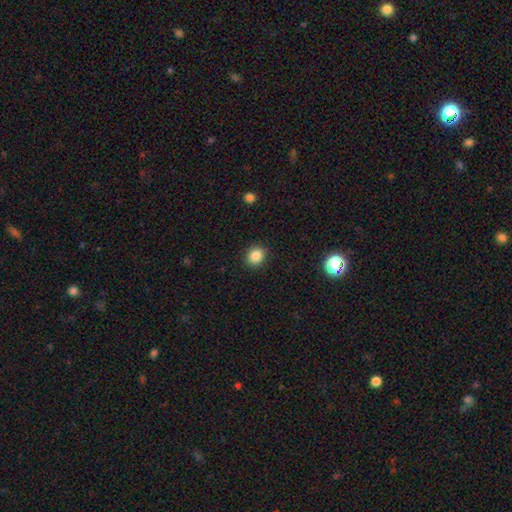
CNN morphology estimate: smooth_or_featured: smooth (p=0.85) [alt: star or artifact p=0.11]
how_rounded: round (p=0.74) [alt: in between p=0.25]
merging: none (p=0.90) [alt: minor disturbance p=0.07]